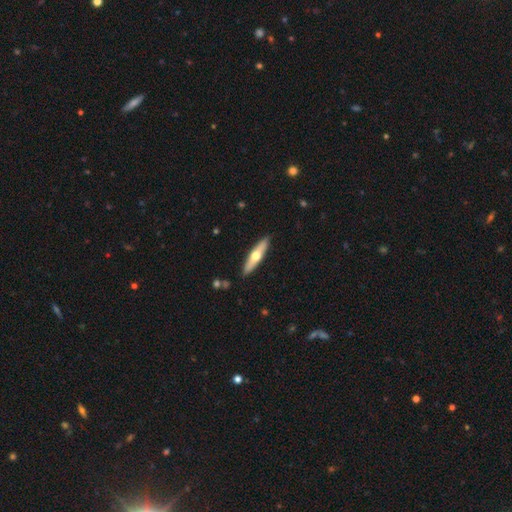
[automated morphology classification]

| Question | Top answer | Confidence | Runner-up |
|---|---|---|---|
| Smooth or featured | featured or disk | 49% | smooth (46%) |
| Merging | none | 90% | minor disturbance (7%) |